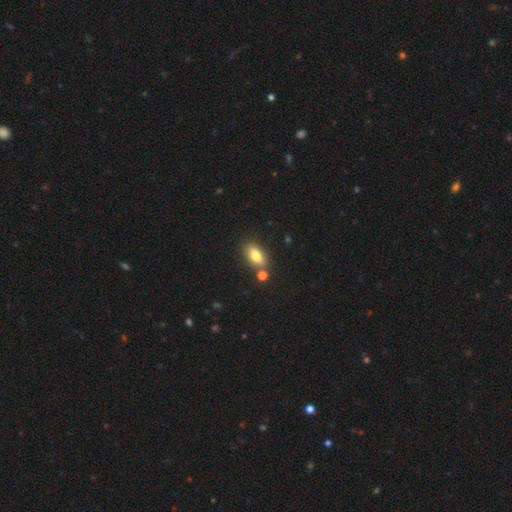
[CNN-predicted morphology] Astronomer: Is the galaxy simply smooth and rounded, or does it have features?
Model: smooth — 78%.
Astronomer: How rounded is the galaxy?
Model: in between — 84%.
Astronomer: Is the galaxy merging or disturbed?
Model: none — 75%.